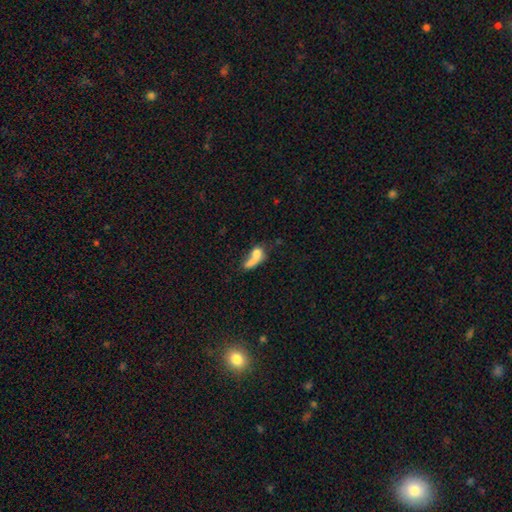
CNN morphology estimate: Overall: smooth (63%; featured or disk 26%). How rounded: in between (59%; round 22%). Merging: merger (35%; major disturbance 28%).